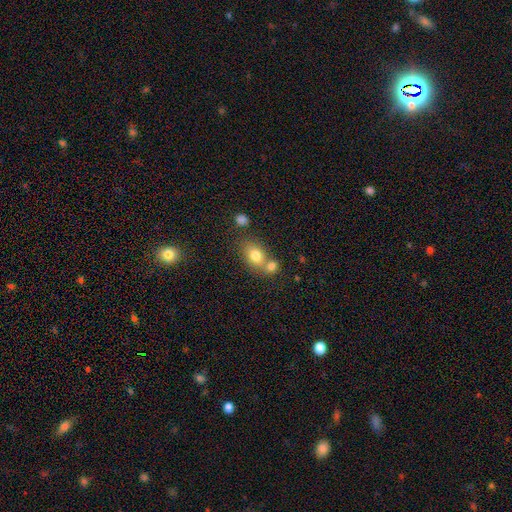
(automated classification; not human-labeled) Morphology: type=smooth (77%); roundness=in between (65%); merging=merger (43%).